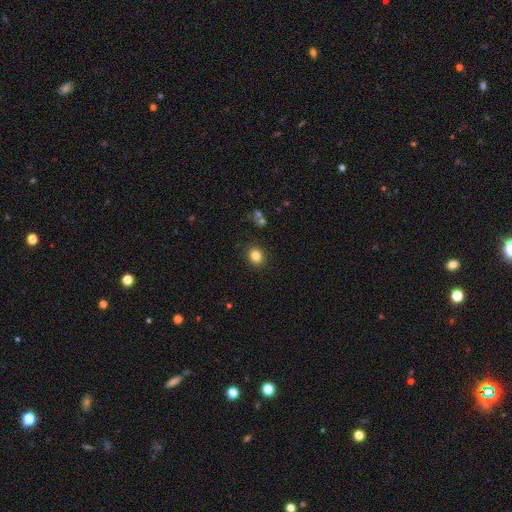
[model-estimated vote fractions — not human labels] Overall: smooth (83%). How rounded: round (62%; in between 37%). Merging: none (89%).